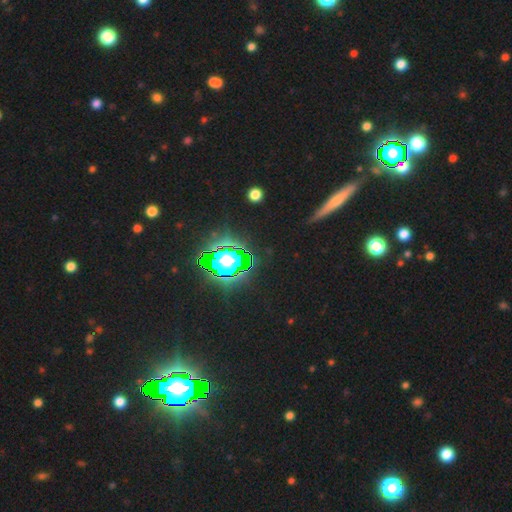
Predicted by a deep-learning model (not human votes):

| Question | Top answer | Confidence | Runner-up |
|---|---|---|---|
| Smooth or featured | star or artifact | 71% | smooth (15%) |